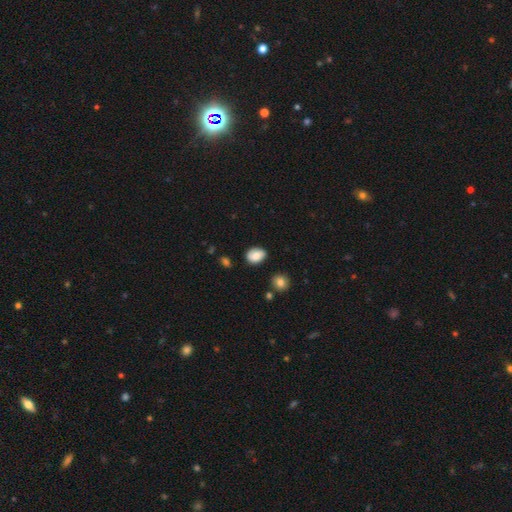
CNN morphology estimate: smooth_or_featured: smooth (p=0.71) [alt: featured or disk p=0.20]
how_rounded: in between (p=0.68) [alt: round p=0.31]
merging: none (p=0.78) [alt: minor disturbance p=0.17]